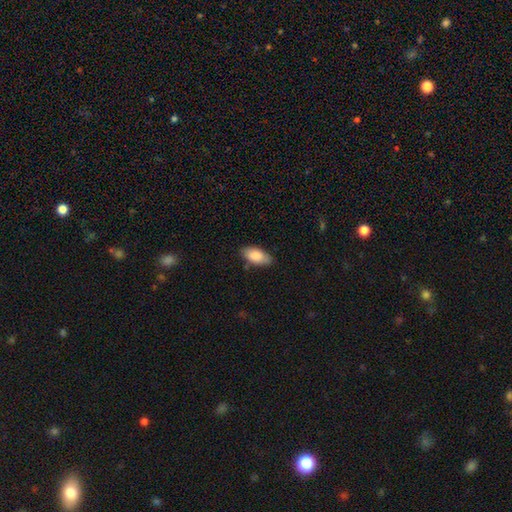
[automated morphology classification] Smooth or featured?
  - smooth: 86% *
  - featured or disk: 8%
  - star or artifact: 6%
How rounded?
  - in between: 91% *
  - cigar-shaped: 7%
  - round: 2%
Merging?
  - none: 79% *
  - minor disturbance: 16%
  - major disturbance: 3%
  - merger: 2%